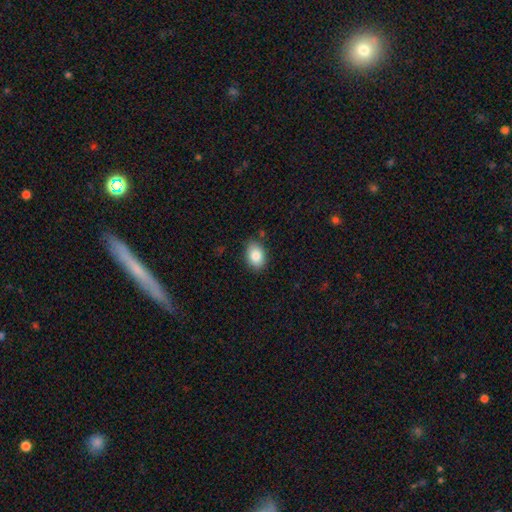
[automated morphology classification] Smooth or featured? smooth (85%)
How rounded? in between (79%)
Merging? none (83%)